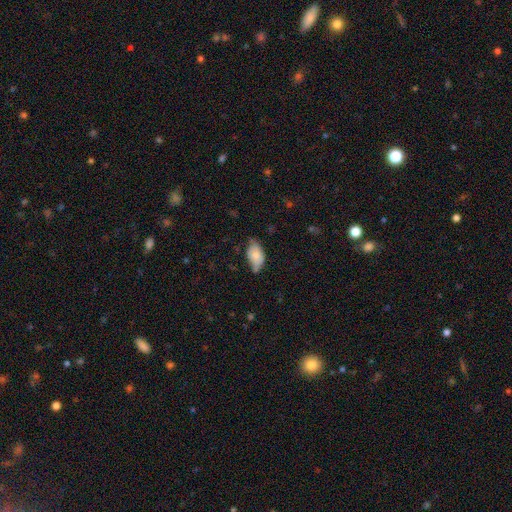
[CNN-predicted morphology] Smooth or featured? smooth (78%)
How rounded? in between (92%)
Merging? none (48%)